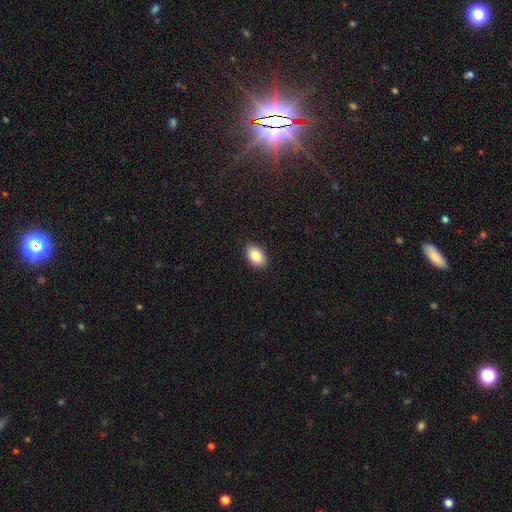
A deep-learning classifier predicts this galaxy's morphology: Smooth or featured? smooth (87%)
How rounded? in between (91%)
Merging? none (90%)